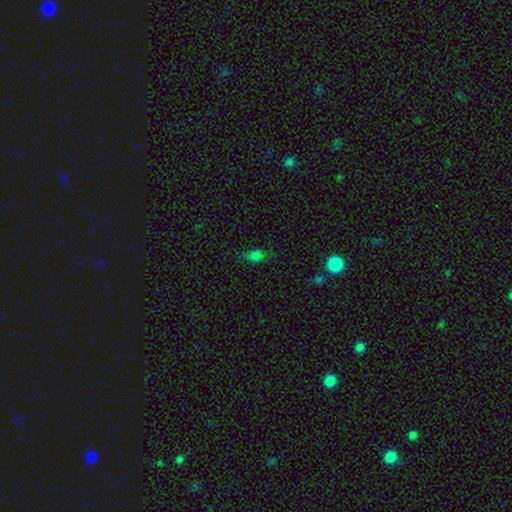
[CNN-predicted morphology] smooth_or_featured: smooth (p=0.69) [alt: star or artifact p=0.25]
how_rounded: in between (p=0.73) [alt: round p=0.22]
merging: none (p=0.52) [alt: minor disturbance p=0.31]